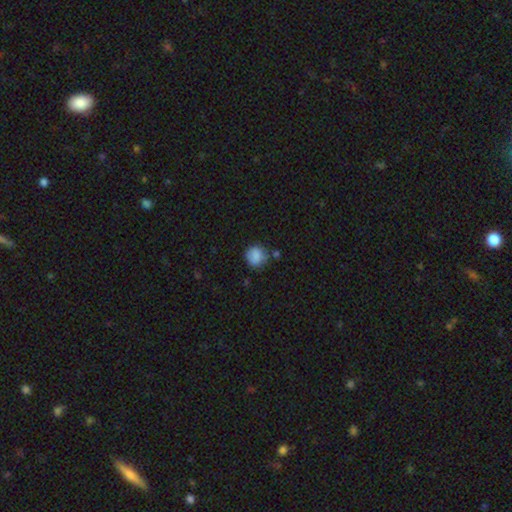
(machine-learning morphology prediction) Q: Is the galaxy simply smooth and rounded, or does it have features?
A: smooth — 82%.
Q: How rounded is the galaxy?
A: round — 84%.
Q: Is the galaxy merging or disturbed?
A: none — 66%.